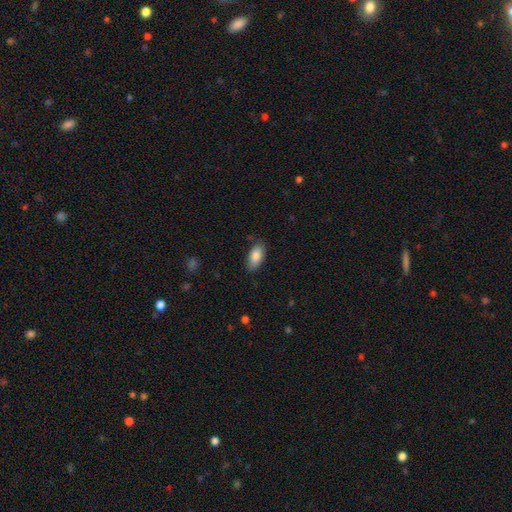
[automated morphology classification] This appears to be a smooth galaxy with no disk features (85%) that is in between round and cigar-shaped (92%). Merging: none (80%).